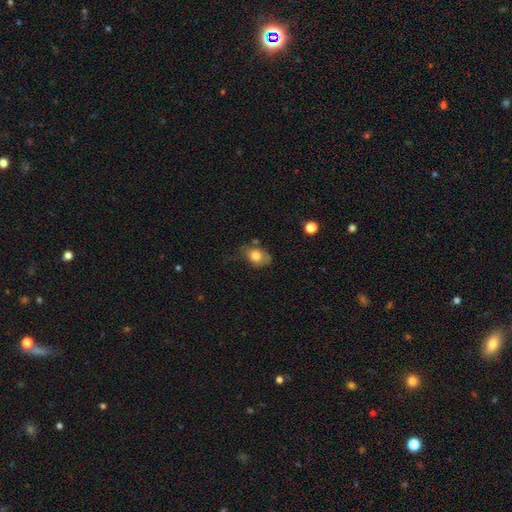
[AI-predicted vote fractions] This is likely a smooth galaxy (75%). How rounded: likely in between (69%). Merging: marginally none (43%).